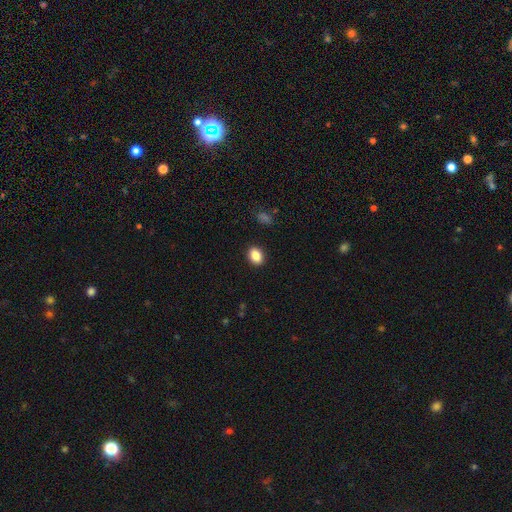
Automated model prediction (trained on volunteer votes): Morphology: type=smooth (87%); roundness=in between (67%); merging=none (90%).